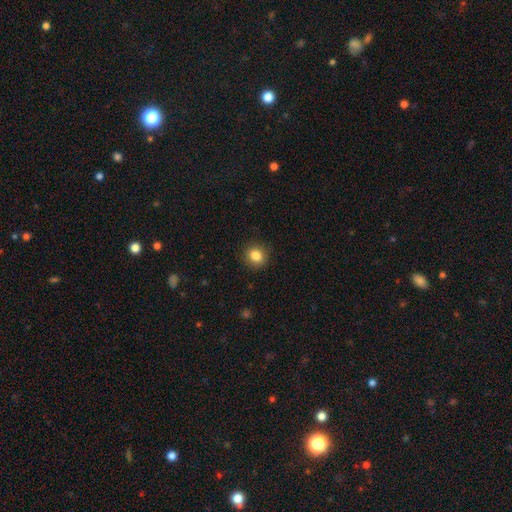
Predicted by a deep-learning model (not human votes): Smooth or featured?
  - smooth: 84% *
  - star or artifact: 10%
  - featured or disk: 5%
How rounded?
  - round: 83% *
  - in between: 16%
  - cigar-shaped: 1%
Merging?
  - none: 89% *
  - minor disturbance: 8%
  - major disturbance: 2%
  - merger: 1%